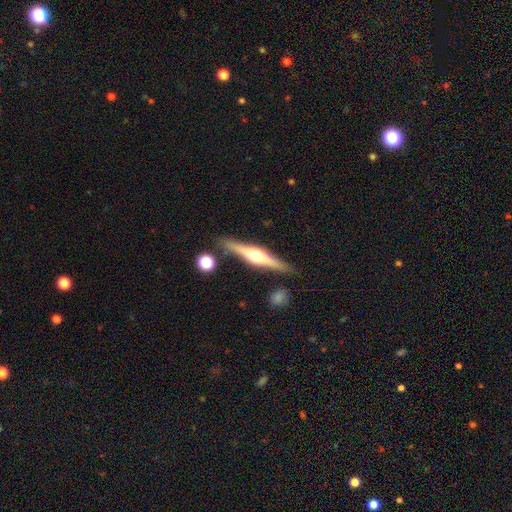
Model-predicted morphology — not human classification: A featured or disk galaxy (73%) viewed edge-on (97%) with a rounded central bulge (92%). Merging: none (85%).